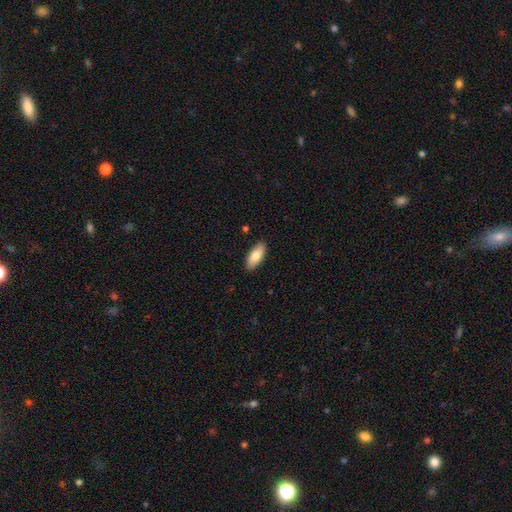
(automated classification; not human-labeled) smooth_or_featured: smooth (p=0.81) [alt: featured or disk p=0.14]
how_rounded: in between (p=0.82) [alt: cigar-shaped p=0.16]
merging: none (p=0.89) [alt: minor disturbance p=0.08]